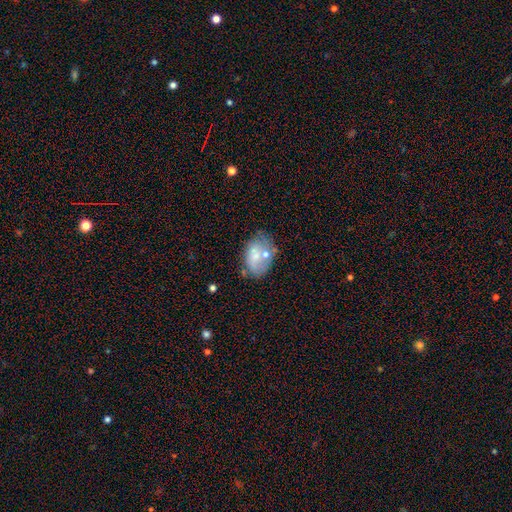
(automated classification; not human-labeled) Morphology: type=smooth (54%); roundness=in between (83%); merging=none (49%).